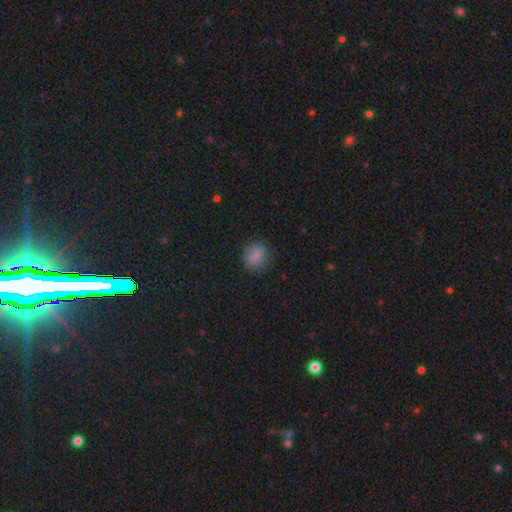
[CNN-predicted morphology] A smooth galaxy with no disk features (85%) that is round (74%). Merging: none (84%).